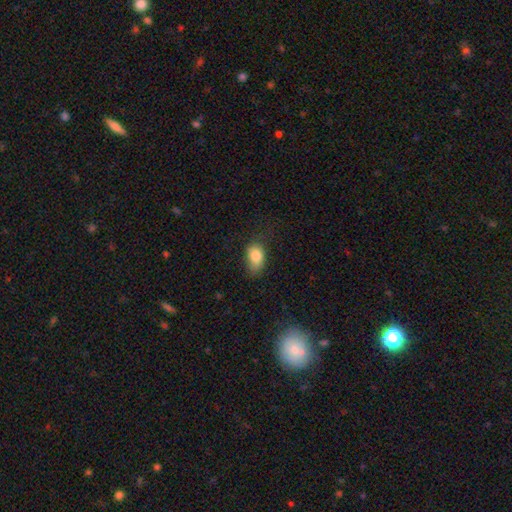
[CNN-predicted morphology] type=smooth (81%); roundness=in between (83%); merging=none (51%).